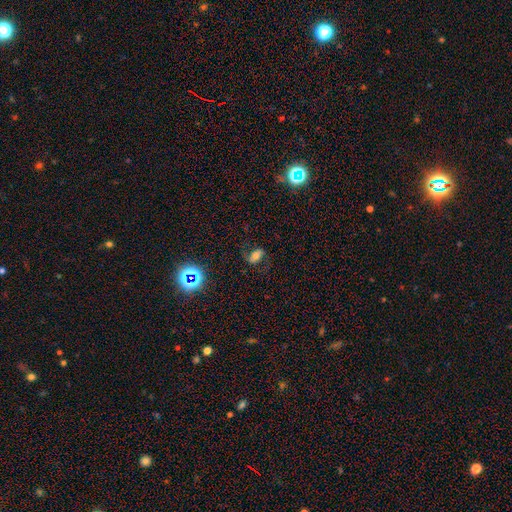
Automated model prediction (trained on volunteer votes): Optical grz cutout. It shows a featured or disk galaxy (48%). Merging: none (70%).